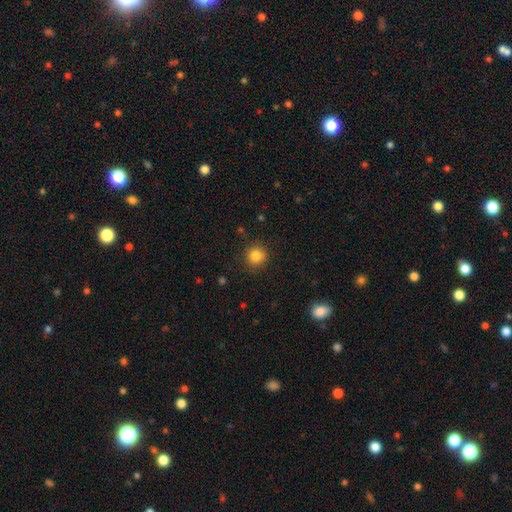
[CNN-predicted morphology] smooth_or_featured: smooth (p=0.84) [alt: star or artifact p=0.11]
how_rounded: round (p=0.91) [alt: in between p=0.08]
merging: none (p=0.88) [alt: minor disturbance p=0.08]